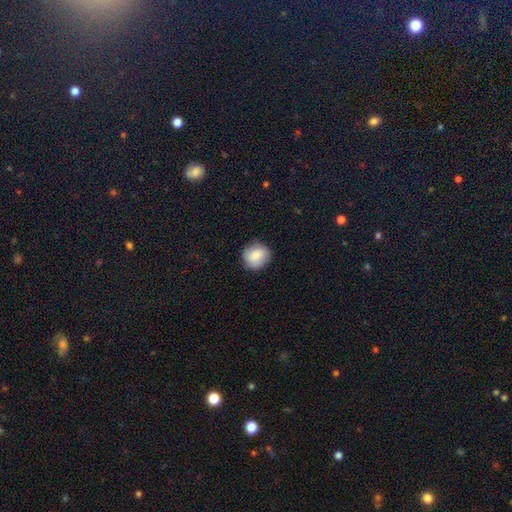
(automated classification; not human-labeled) smooth-or-featured: smooth: 77% | featured or disk: 16% | star or artifact: 8%
  how-rounded: round: 89% | in between: 10% | cigar-shaped: 1%
  merging: none: 86% | minor disturbance: 10% | major disturbance: 2% | merger: 1%